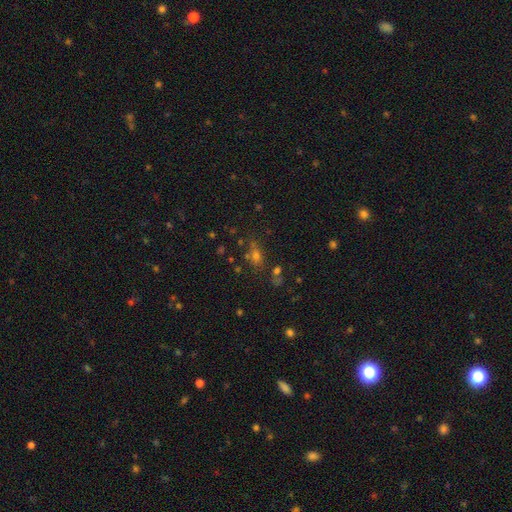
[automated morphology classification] Smooth or featured: smooth — 50% (star or artifact — 37%)
Merging: none — 62% (minor disturbance — 15%)